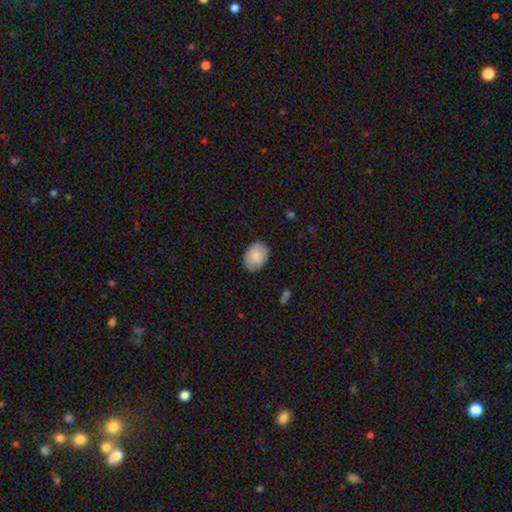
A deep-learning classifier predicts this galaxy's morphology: smooth-or-featured: smooth: 86% | featured or disk: 8% | star or artifact: 6%
  how-rounded: in between: 77% | round: 22% | cigar-shaped: 1%
  merging: none: 85% | minor disturbance: 11% | major disturbance: 2% | merger: 1%